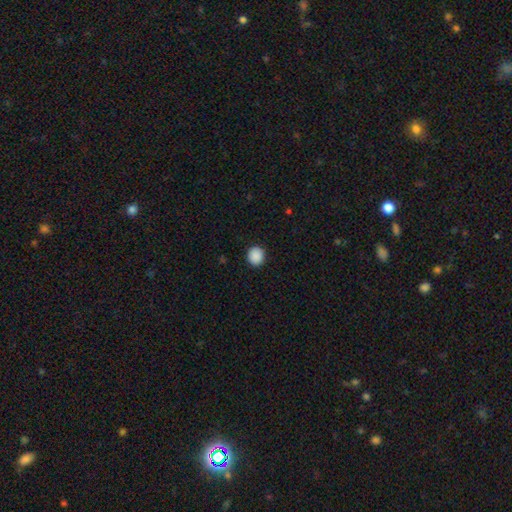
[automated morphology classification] A smooth galaxy with no disk features (90%) that is round (88%).

Vote fractions:
- Smooth or featured? smooth: 90% / star or artifact: 8% / featured or disk: 2%
- How rounded? round: 88% / in between: 11% / cigar-shaped: 1%
- Merging? none: 92% / minor disturbance: 6% / major disturbance: 2% / merger: 1%